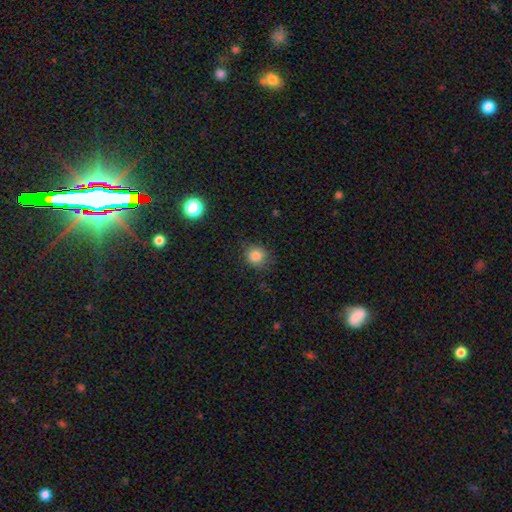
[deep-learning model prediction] Overall: smooth (84%). How rounded: round (82%). Merging: none (80%).